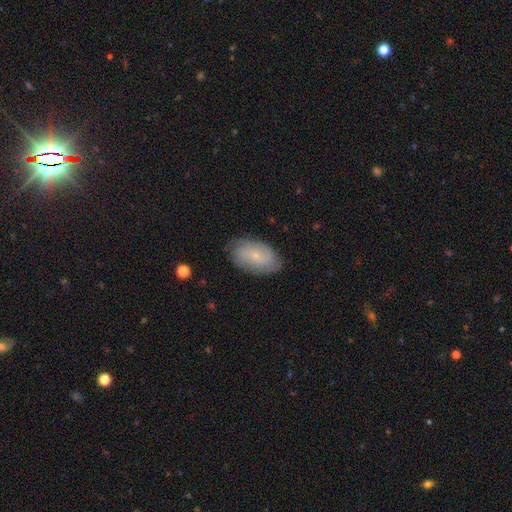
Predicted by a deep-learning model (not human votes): A featured or disk galaxy (54%) with no bar (62%), spiral arms (85%) and a small central bulge (79%). Merging: none (79%).